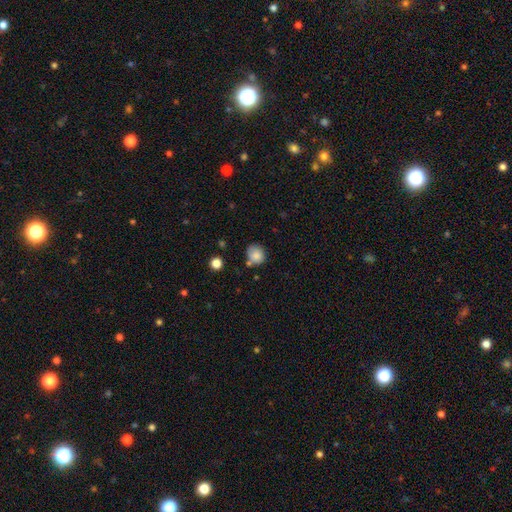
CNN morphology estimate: A smooth galaxy with no disk features (82%) that is round (80%).

Vote fractions:
- Smooth or featured? smooth: 82% / star or artifact: 10% / featured or disk: 9%
- How rounded? round: 80% / in between: 19% / cigar-shaped: 1%
- Merging? none: 62% / minor disturbance: 23% / merger: 9% / major disturbance: 6%